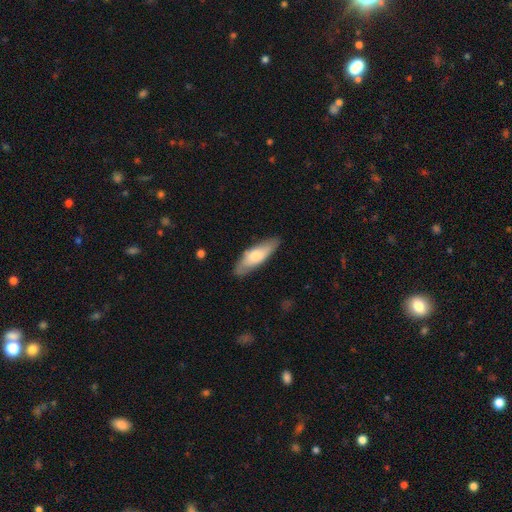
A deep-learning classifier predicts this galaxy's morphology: smooth-or-featured: smooth: 70% | featured or disk: 25% | star or artifact: 5%
  how-rounded: in between: 52% | cigar-shaped: 47% | round: 2%
  merging: none: 81% | minor disturbance: 15% | major disturbance: 3% | merger: 1%